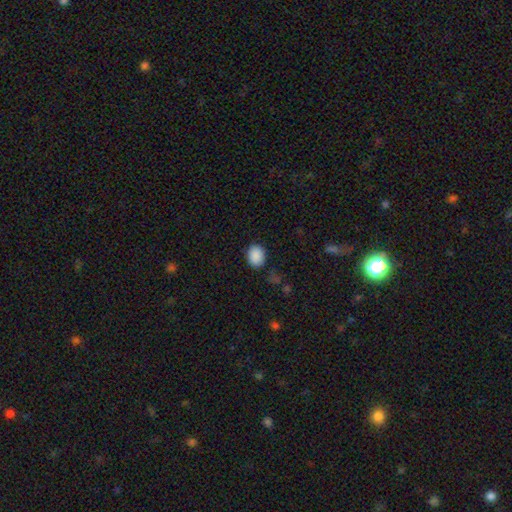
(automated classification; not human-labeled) A smooth galaxy with no disk features (89%) that is in between round and cigar-shaped (53%). Merging: none (85%).